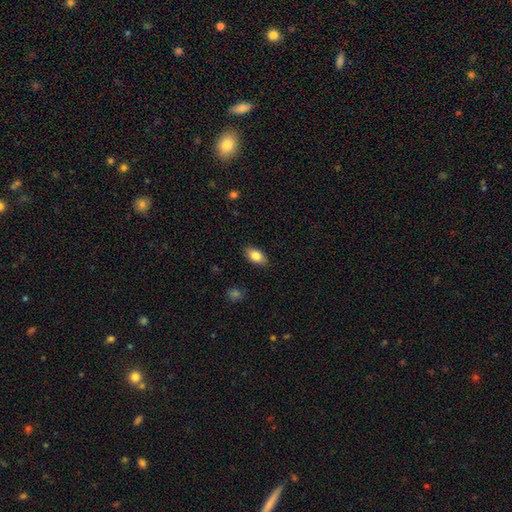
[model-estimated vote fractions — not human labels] Q: Smooth or featured?
A: smooth (82%); runner-up: featured or disk (11%)
Q: How rounded?
A: in between (91%); runner-up: round (5%)
Q: Merging?
A: none (87%); runner-up: minor disturbance (10%)